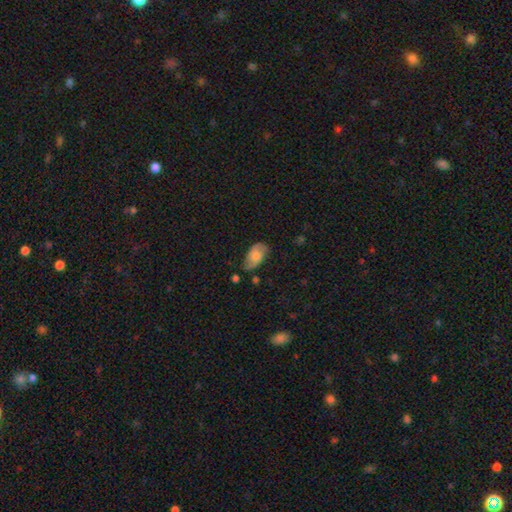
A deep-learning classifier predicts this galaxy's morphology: A smooth galaxy with no disk features (60%) that is in between round and cigar-shaped (93%). Merging: none (60%).